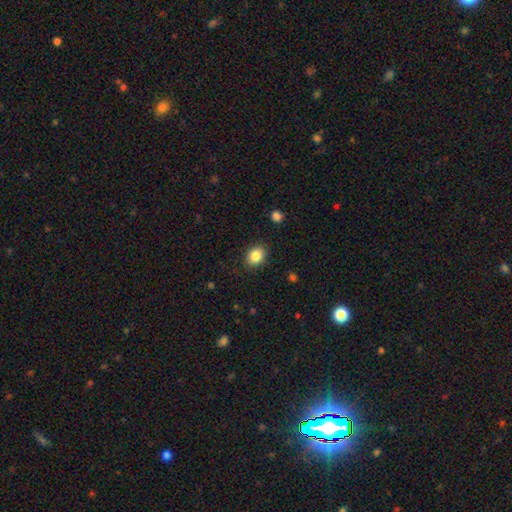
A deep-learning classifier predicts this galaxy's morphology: A smooth galaxy with no disk features (86%) that is round (50%).

Vote fractions:
- Smooth or featured? smooth: 86% / star or artifact: 9% / featured or disk: 5%
- How rounded? round: 50% / in between: 49% / cigar-shaped: 1%
- Merging? none: 87% / minor disturbance: 9% / major disturbance: 3% / merger: 1%